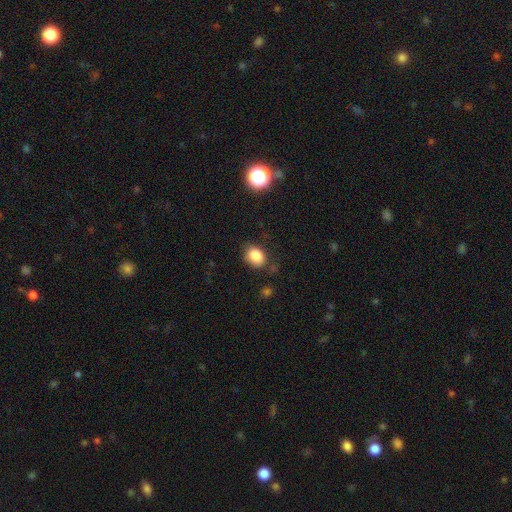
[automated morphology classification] A smooth galaxy with no disk features (85%) that is in between round and cigar-shaped (64%).

Vote fractions:
- Smooth or featured? smooth: 85% / star or artifact: 10% / featured or disk: 6%
- How rounded? in between: 64% / round: 35% / cigar-shaped: 1%
- Merging? none: 75% / minor disturbance: 18% / major disturbance: 5% / merger: 2%